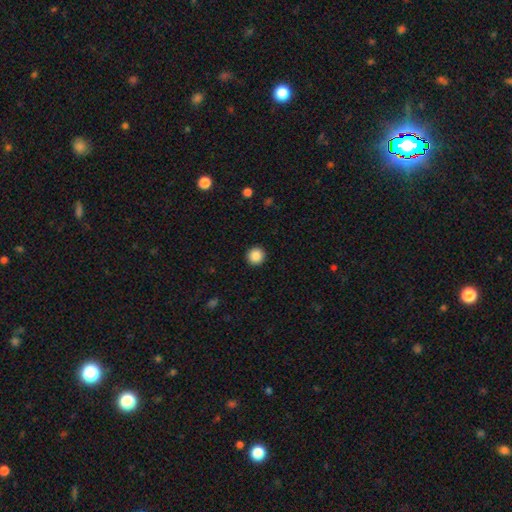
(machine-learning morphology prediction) A smooth galaxy with no disk features (88%) that is round (95%).

Vote fractions:
- Smooth or featured? smooth: 88% / star or artifact: 9% / featured or disk: 3%
- How rounded? round: 95% / in between: 4% / cigar-shaped: 1%
- Merging? none: 93% / minor disturbance: 4% / major disturbance: 2% / merger: 1%